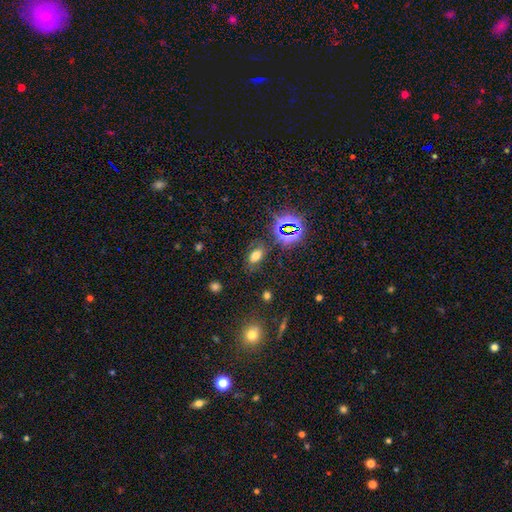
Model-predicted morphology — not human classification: smooth_or_featured: smooth (p=0.58) [alt: star or artifact p=0.30]
how_rounded: in between (p=0.86) [alt: round p=0.12]
merging: none (p=0.77) [alt: minor disturbance p=0.14]